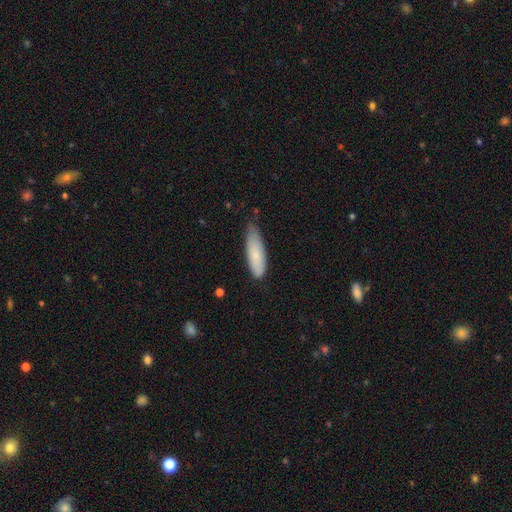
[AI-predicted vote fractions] This appears to be a smooth galaxy with no disk features (79%) that is cigar-shaped (54%). Merging: none (56%).